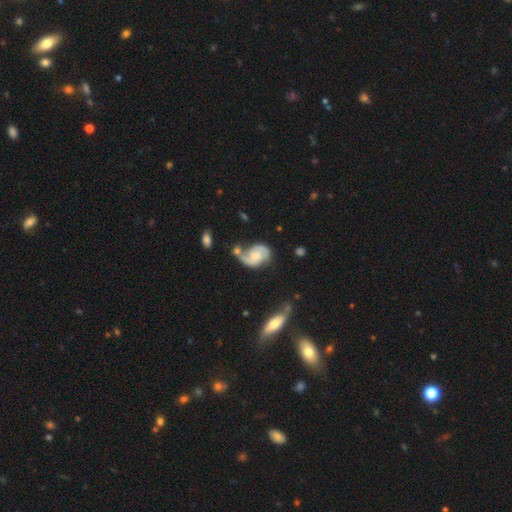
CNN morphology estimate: smooth_or_featured: featured or disk (p=0.77) [alt: smooth p=0.17]
disk_edge_on: no (p=0.97) [alt: yes p=0.03]
bar: no (p=0.64) [alt: weak p=0.30]
has_spiral_arms: yes (p=0.92) [alt: no p=0.08]
spiral_winding: medium (p=0.44) [alt: tight p=0.30]
spiral_arm_count: 2 (p=0.74) [alt: 1 p=0.16]
bulge_size: moderate (p=0.43) [alt: small p=0.37]
merging: none (p=0.39) [alt: minor disturbance p=0.23]